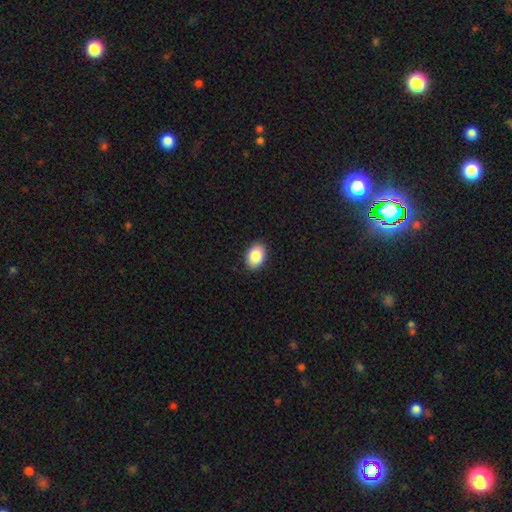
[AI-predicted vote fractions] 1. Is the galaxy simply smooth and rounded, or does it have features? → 86% smooth, 7% star or artifact, 7% featured or disk.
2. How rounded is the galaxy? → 84% in between, 15% round, 1% cigar-shaped.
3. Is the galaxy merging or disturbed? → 90% none, 8% minor disturbance, 2% major disturbance, 1% merger.